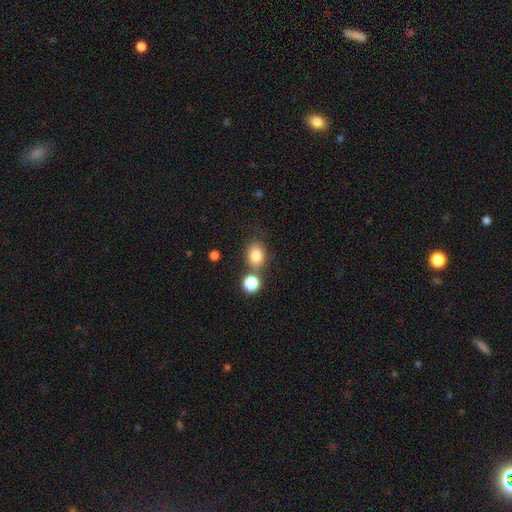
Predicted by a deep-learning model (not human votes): smooth_or_featured: smooth (p=0.82) [alt: star or artifact p=0.11]
how_rounded: in between (p=0.55) [alt: round p=0.44]
merging: none (p=0.64) [alt: merger p=0.20]